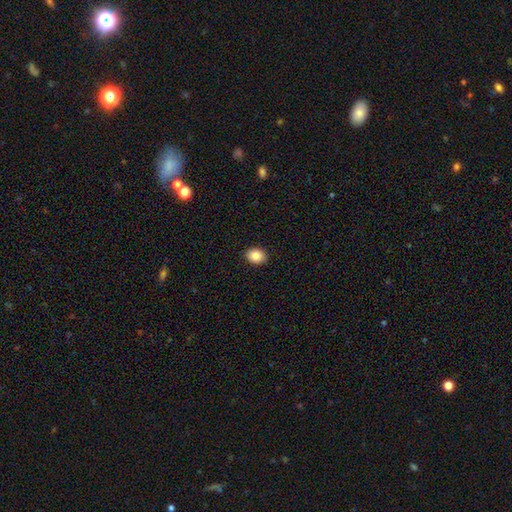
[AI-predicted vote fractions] smooth 86%, star or artifact 8%, featured or disk 6%. Down the decision tree: how rounded — in between (53%); merging — none (91%).